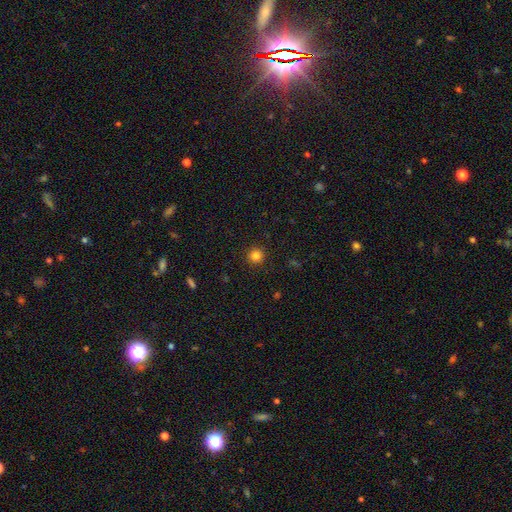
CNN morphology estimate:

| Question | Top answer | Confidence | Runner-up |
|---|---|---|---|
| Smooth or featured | smooth | 84% | star or artifact (12%) |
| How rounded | round | 95% | in between (4%) |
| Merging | none | 92% | minor disturbance (5%) |